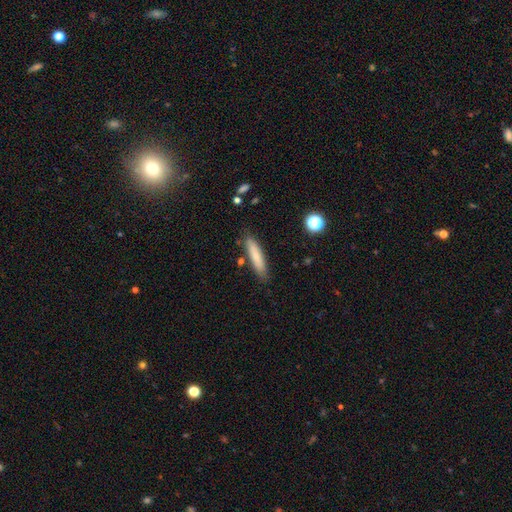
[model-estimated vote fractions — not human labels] The model was most divided on "smooth or featured": smooth: 77%, featured or disk: 16%, star or artifact: 7%. More confident: how rounded — cigar-shaped (84%); merging — none (83%).